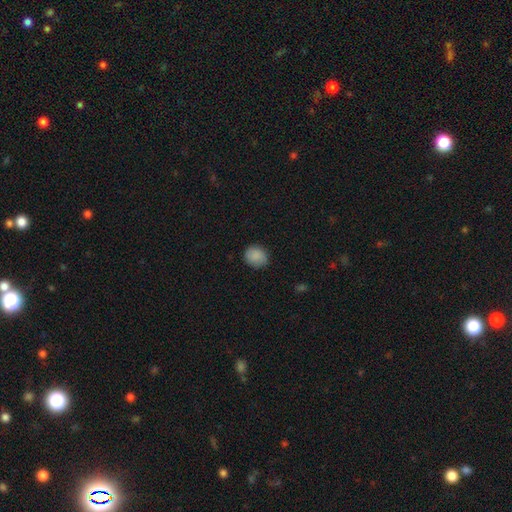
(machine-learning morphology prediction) Smooth or featured: smooth — 86% (star or artifact — 8%)
How rounded: round — 75% (in between — 24%)
Merging: none — 80% (minor disturbance — 16%)